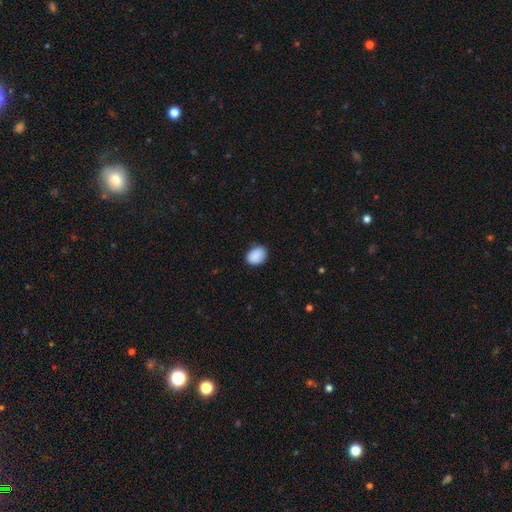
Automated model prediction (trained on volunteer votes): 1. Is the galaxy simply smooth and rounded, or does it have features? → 89% smooth, 7% star or artifact, 4% featured or disk.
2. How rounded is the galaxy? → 62% in between, 37% round, 1% cigar-shaped.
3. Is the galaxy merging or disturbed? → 80% none, 16% minor disturbance, 3% major disturbance, 1% merger.